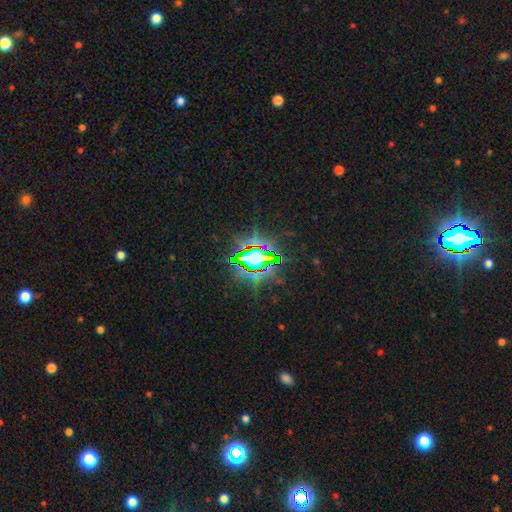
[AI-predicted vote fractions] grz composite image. It shows a star or artifact, not a galaxy (83%).